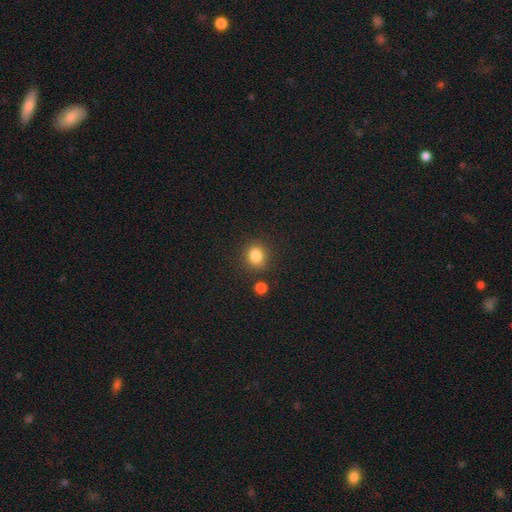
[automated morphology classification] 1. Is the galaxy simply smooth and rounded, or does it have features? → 83% smooth, 12% star or artifact, 5% featured or disk.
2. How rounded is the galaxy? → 80% round, 19% in between, 1% cigar-shaped.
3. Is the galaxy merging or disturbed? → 83% none, 9% minor disturbance, 5% merger, 3% major disturbance.